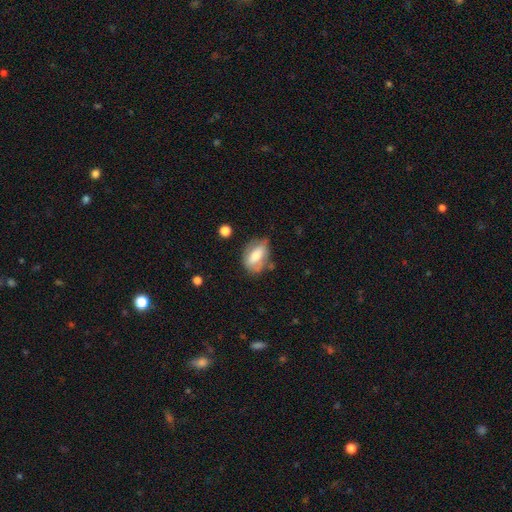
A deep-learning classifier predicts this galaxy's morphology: A smooth galaxy with no disk features (61%) that is in between round and cigar-shaped (84%). Merging: none (53%).